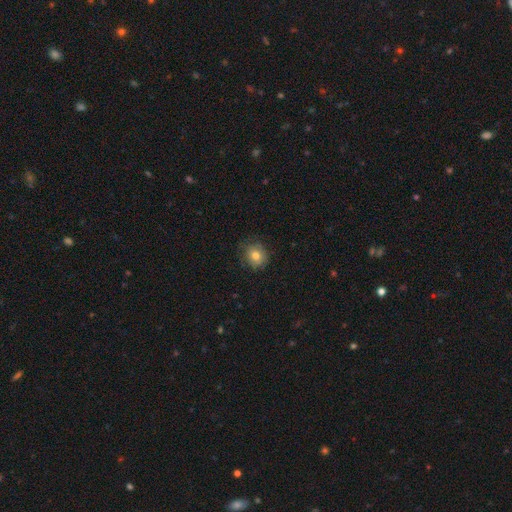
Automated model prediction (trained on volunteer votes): Q: Smooth or featured?
A: smooth (76%); runner-up: featured or disk (14%)
Q: How rounded?
A: round (82%); runner-up: in between (17%)
Q: Merging?
A: none (76%); runner-up: minor disturbance (18%)